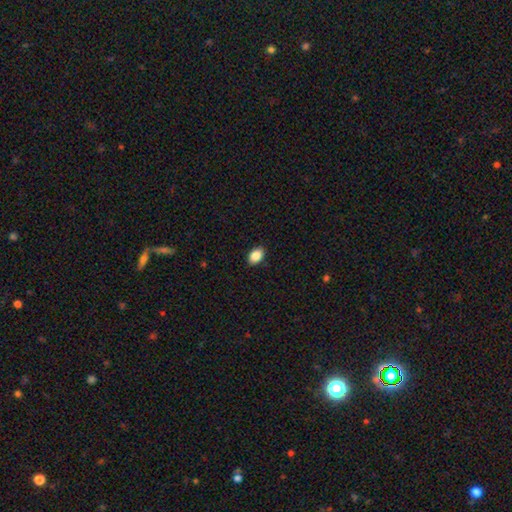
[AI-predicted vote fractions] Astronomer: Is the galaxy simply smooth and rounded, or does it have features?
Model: smooth — 88%.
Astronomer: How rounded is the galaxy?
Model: in between — 87%.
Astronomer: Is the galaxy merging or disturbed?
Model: none — 89%.